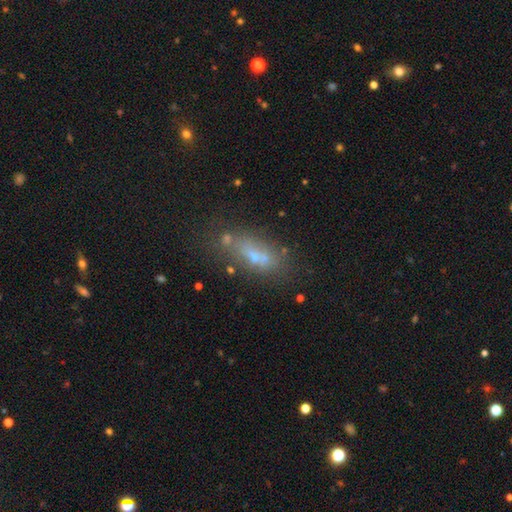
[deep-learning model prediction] Morphology: type=smooth (45%); merging=none (48%).